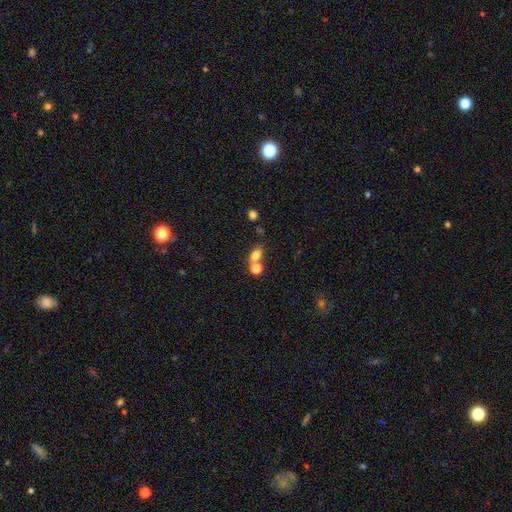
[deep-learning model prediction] A smooth galaxy with no disk features (76%) that is in between round and cigar-shaped (72%).

Vote fractions:
- Smooth or featured? smooth: 76% / star or artifact: 13% / featured or disk: 11%
- How rounded? in between: 72% / round: 25% / cigar-shaped: 3%
- Merging? none: 48% / merger: 36% / minor disturbance: 11% / major disturbance: 5%